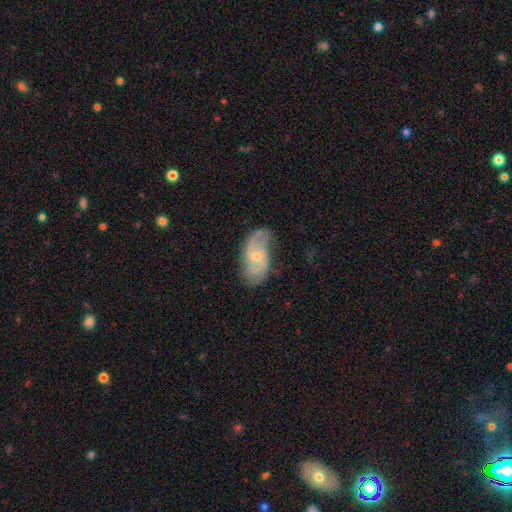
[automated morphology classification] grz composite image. It shows a featured or disk galaxy (77%) with no bar (62%), 2 (68%) medium (46%) spiral arms (93%) and a small central bulge (65%). Merging: none (67%).